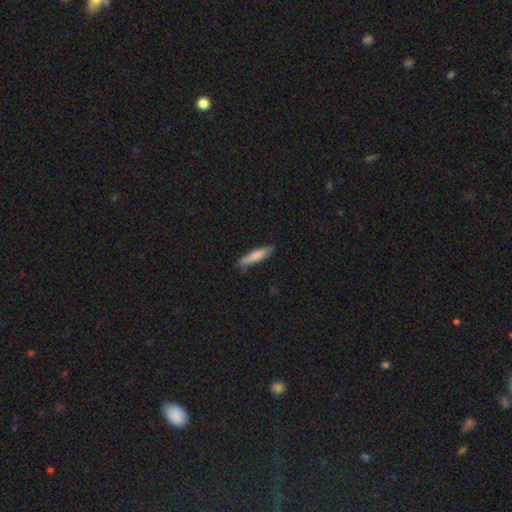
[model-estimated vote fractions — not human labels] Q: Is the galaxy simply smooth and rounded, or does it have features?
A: smooth — 79%.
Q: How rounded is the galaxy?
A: cigar-shaped — 82%.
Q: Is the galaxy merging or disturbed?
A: none — 81%.